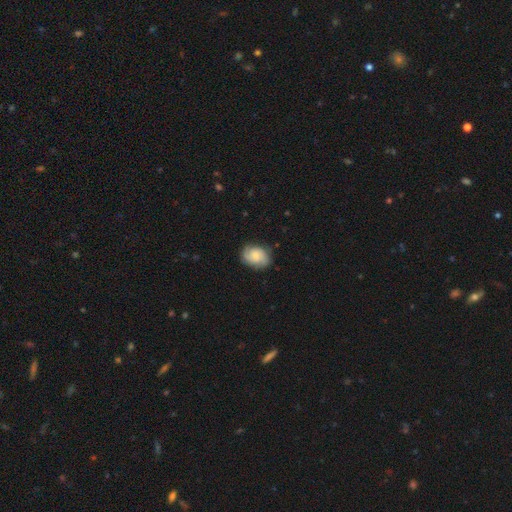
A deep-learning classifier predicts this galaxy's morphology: smooth 46% (tied), featured or disk 46% (tied), star or artifact 8%. Down the decision tree: merging — none (75%).